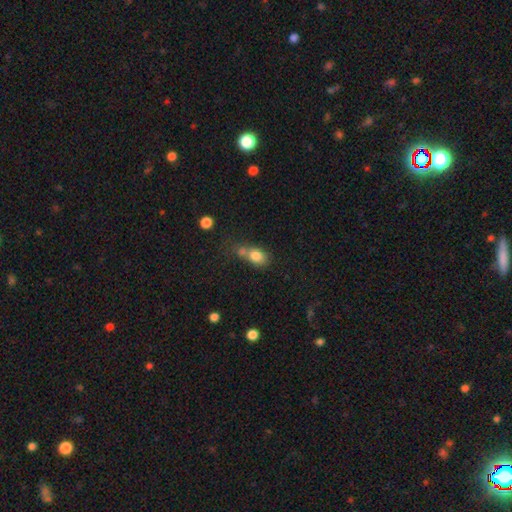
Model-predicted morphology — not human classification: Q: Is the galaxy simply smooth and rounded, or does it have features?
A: smooth — 79%.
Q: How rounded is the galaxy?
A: in between — 64%.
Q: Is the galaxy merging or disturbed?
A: merger — 45%.